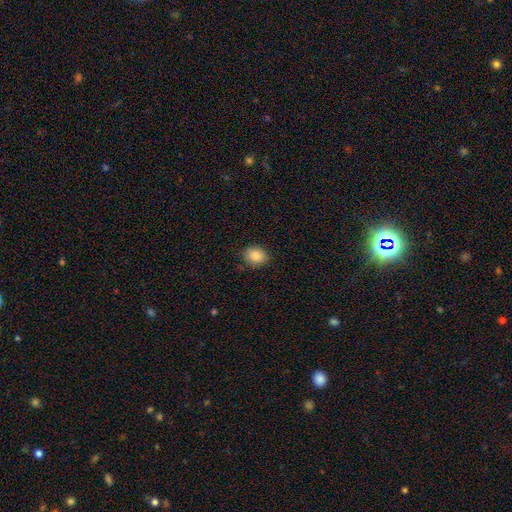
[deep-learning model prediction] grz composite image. It shows a smooth galaxy with no disk features (86%) that is round (53%). Merging: none (87%).